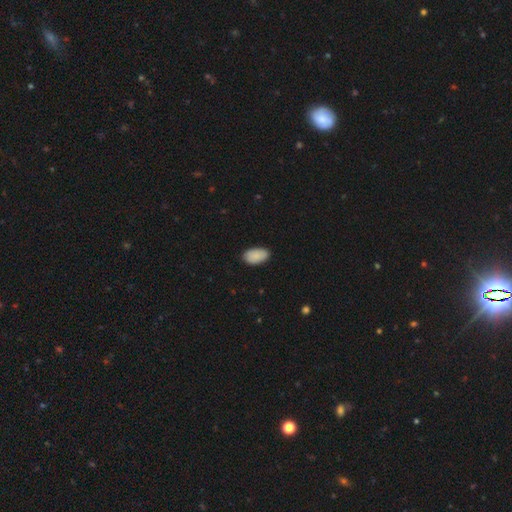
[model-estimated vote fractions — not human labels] Smooth or featured: smooth — 89% (star or artifact — 6%)
How rounded: in between — 95% (round — 4%)
Merging: none — 84% (minor disturbance — 13%)